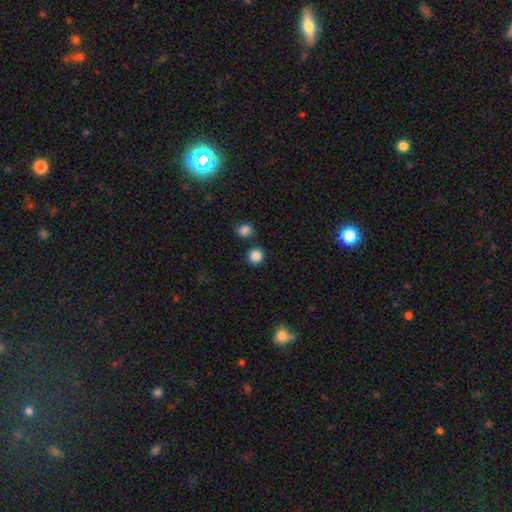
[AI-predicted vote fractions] Smooth or featured? Predicted: smooth (p=0.86). How rounded? Predicted: round (p=0.91). Merging? Predicted: none (p=0.81).